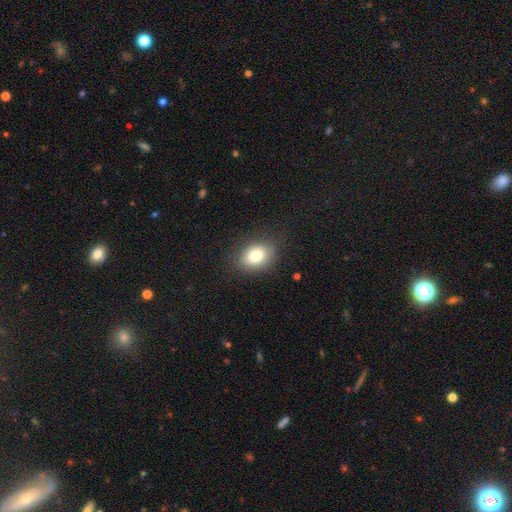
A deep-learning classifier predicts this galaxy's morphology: A smooth galaxy with no disk features (79%) that is in between round and cigar-shaped (68%).

Vote fractions:
- Smooth or featured? smooth: 79% / featured or disk: 11% / star or artifact: 10%
- How rounded? in between: 68% / round: 31% / cigar-shaped: 1%
- Merging? none: 83% / minor disturbance: 12% / major disturbance: 4% / merger: 1%